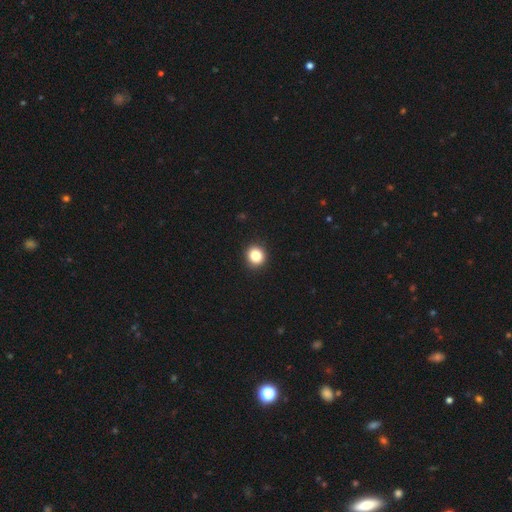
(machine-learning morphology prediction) A smooth galaxy with no disk features (85%) that is round (87%).

Vote fractions:
- Smooth or featured? smooth: 85% / star or artifact: 11% / featured or disk: 5%
- How rounded? round: 87% / in between: 12% / cigar-shaped: 1%
- Merging? none: 93% / minor disturbance: 5% / major disturbance: 1% / merger: 1%